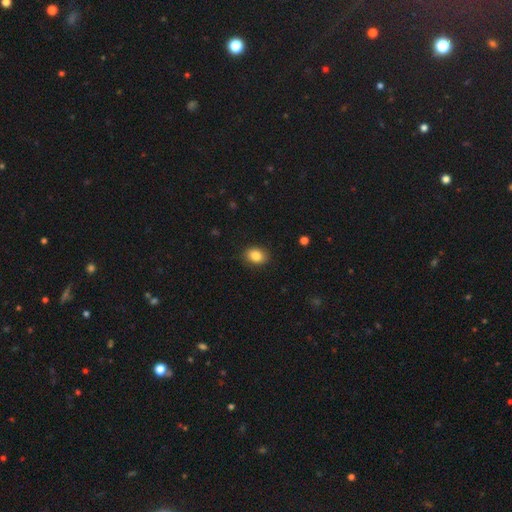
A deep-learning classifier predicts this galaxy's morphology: Smooth or featured? smooth (86%)
How rounded? in between (66%)
Merging? none (87%)